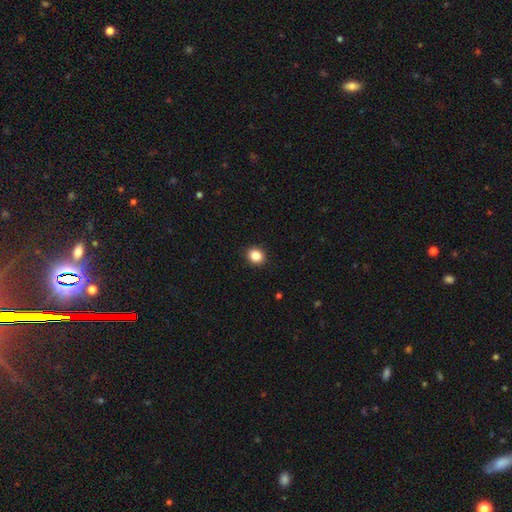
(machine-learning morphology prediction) Smooth or featured: smooth — 86% (star or artifact — 10%)
How rounded: round — 74% (in between — 25%)
Merging: none — 92% (minor disturbance — 5%)